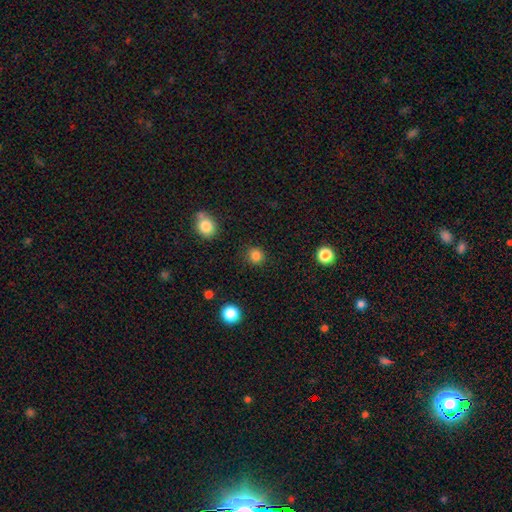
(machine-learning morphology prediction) smooth 84%, star or artifact 12%, featured or disk 3%. Down the decision tree: how rounded — round (91%); merging — none (90%).